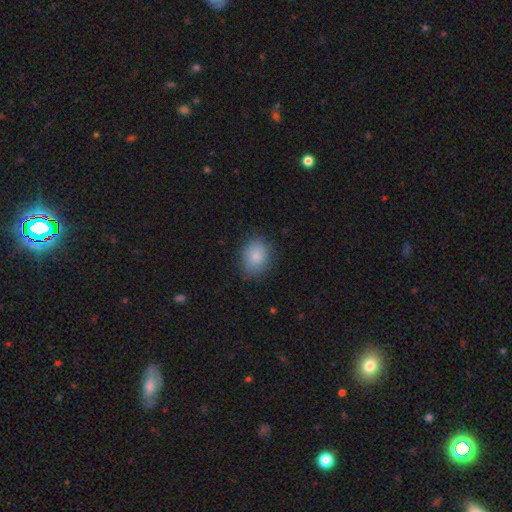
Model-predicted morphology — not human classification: Q: Smooth or featured?
A: smooth (85%); runner-up: star or artifact (8%)
Q: How rounded?
A: in between (55%); runner-up: round (45%)
Q: Merging?
A: none (81%); runner-up: minor disturbance (15%)